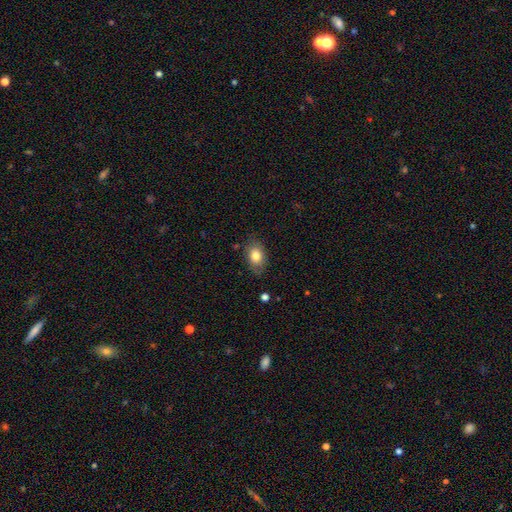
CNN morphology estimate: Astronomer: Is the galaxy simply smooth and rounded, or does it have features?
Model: smooth — 80%.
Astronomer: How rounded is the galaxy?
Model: in between — 81%.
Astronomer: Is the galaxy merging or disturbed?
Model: none — 80%.